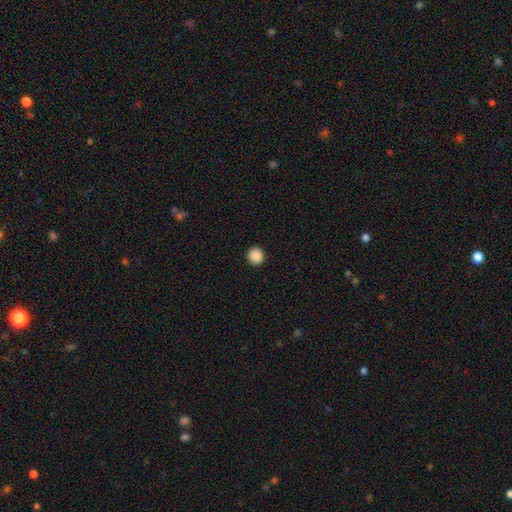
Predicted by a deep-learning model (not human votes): Morphology: type=smooth (89%); roundness=round (93%); merging=none (92%).